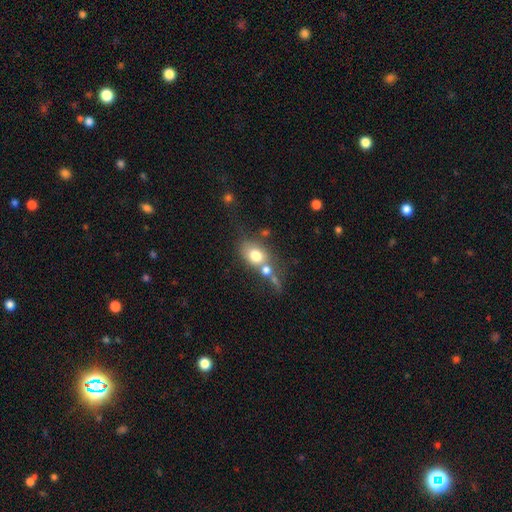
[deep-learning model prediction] Overall: smooth (73%). How rounded: in between (63%; round 35%). Merging: merger (44%; none 35%).